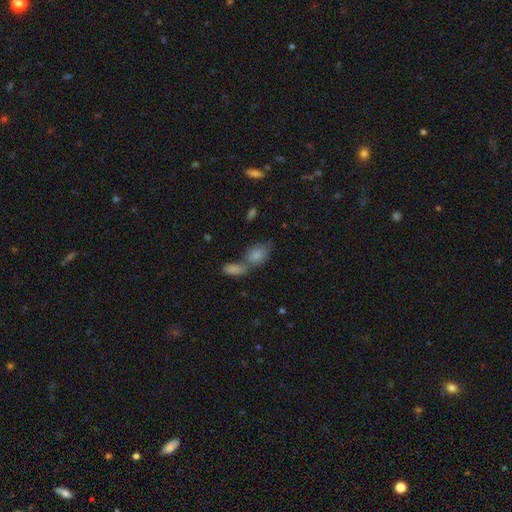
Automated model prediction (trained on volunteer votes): Smooth or featured? smooth (77%)
How rounded? in between (82%)
Merging? merger (49%)